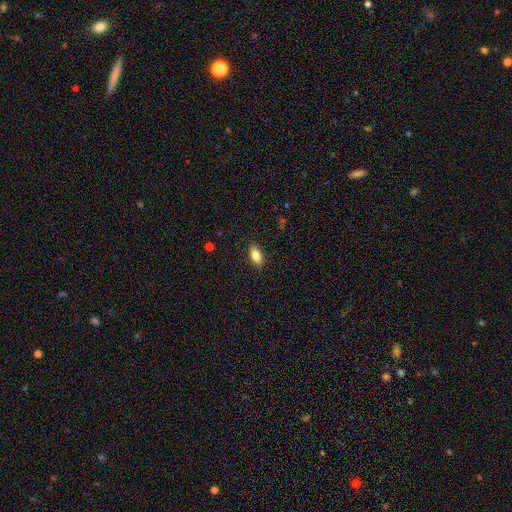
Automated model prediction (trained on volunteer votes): This appears to be a smooth galaxy with no disk features (81%) that is in between round and cigar-shaped (87%). Merging: none (87%).